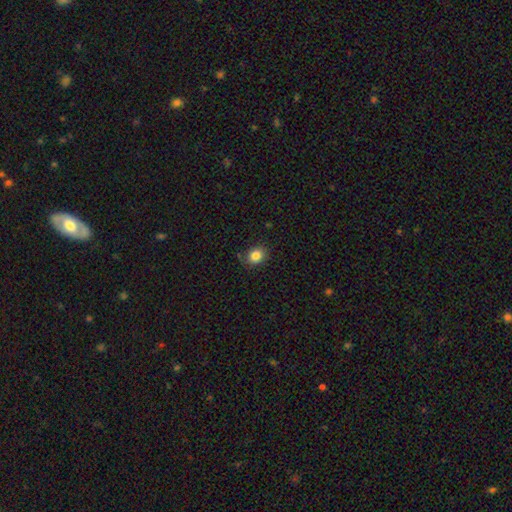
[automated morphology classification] Smooth or featured?
  - smooth: 84% *
  - star or artifact: 10%
  - featured or disk: 6%
How rounded?
  - round: 54% *
  - in between: 45%
  - cigar-shaped: 1%
Merging?
  - none: 82% *
  - minor disturbance: 14%
  - major disturbance: 3%
  - merger: 2%